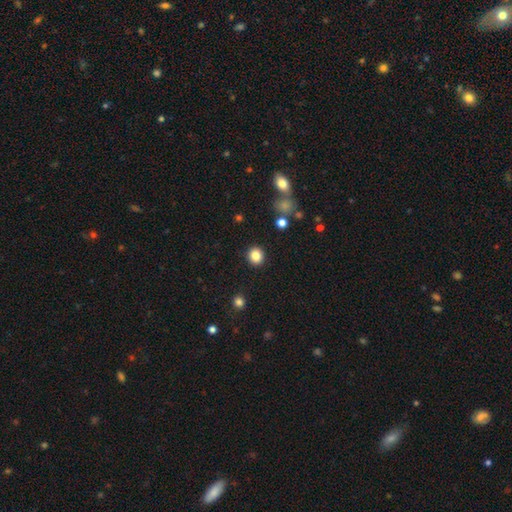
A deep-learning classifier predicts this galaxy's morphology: A smooth galaxy with no disk features (84%) that is round (85%). Merging: none (91%).